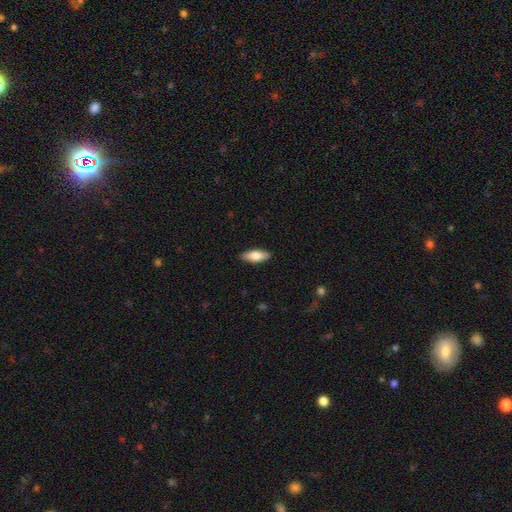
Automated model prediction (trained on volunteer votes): Smooth or featured: smooth — 79% (featured or disk — 16%)
How rounded: in between — 75% (cigar-shaped — 23%)
Merging: none — 88% (minor disturbance — 9%)